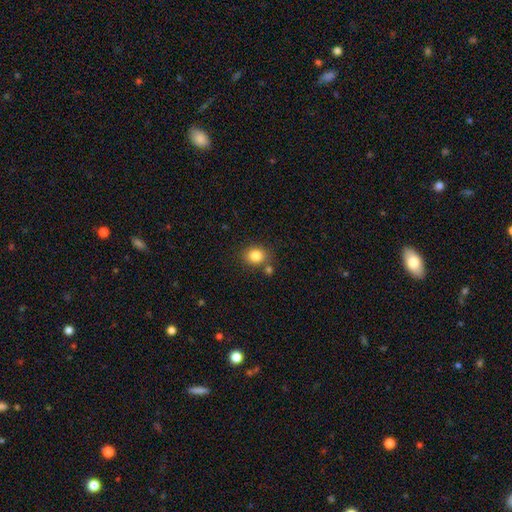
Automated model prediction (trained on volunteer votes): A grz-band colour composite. It shows a smooth galaxy with no disk features (84%) that is round (72%). Merging: none (76%).